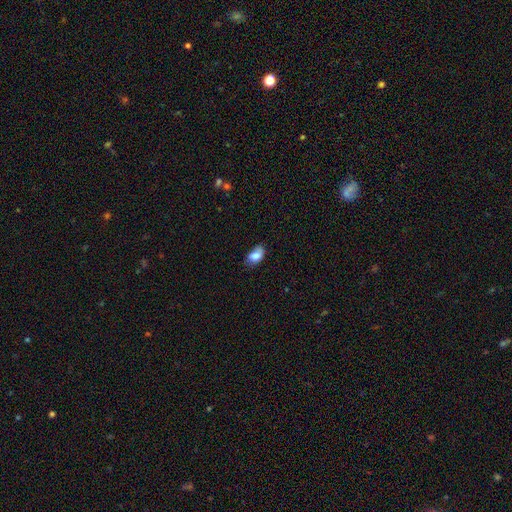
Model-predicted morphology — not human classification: Q: Smooth or featured?
A: smooth (83%); runner-up: featured or disk (9%)
Q: How rounded?
A: in between (89%); runner-up: round (9%)
Q: Merging?
A: none (54%); runner-up: minor disturbance (35%)